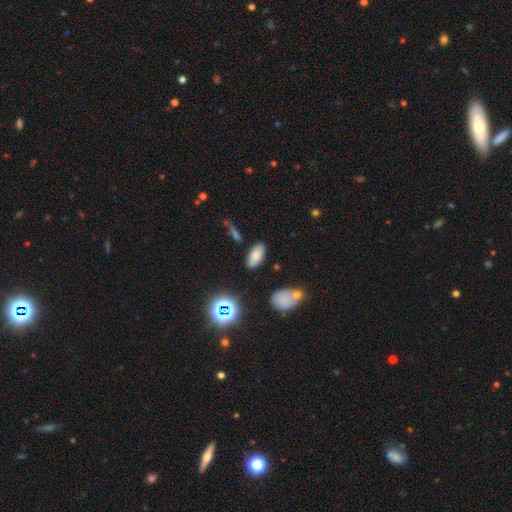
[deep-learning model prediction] smooth_or_featured: smooth (p=0.77) [alt: star or artifact p=0.12]
how_rounded: in between (p=0.91) [alt: cigar-shaped p=0.06]
merging: none (p=0.83) [alt: minor disturbance p=0.11]